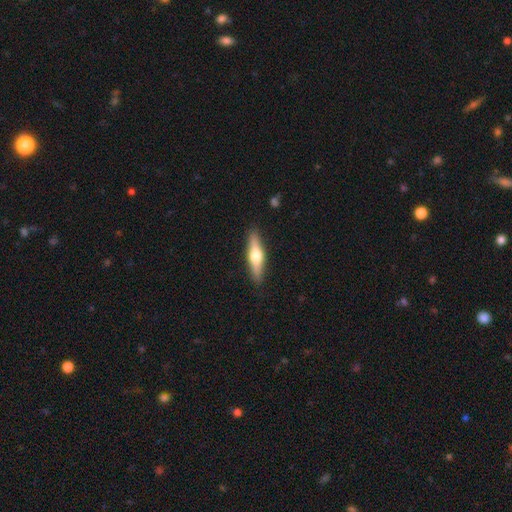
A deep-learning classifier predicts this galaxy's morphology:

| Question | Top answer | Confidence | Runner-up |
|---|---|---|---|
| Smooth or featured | featured or disk | 51% | smooth (44%) |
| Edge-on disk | yes | 93% | no (7%) |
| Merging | none | 89% | minor disturbance (8%) |